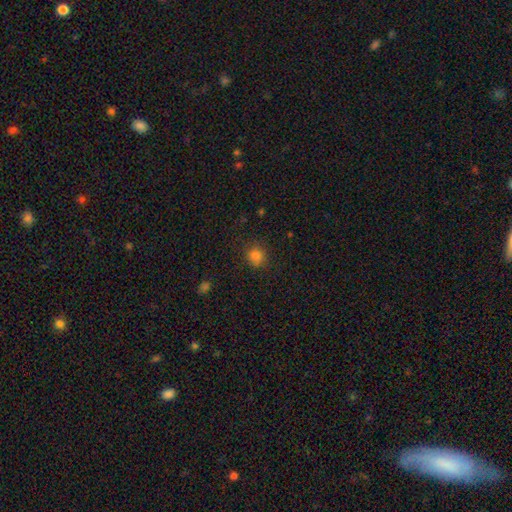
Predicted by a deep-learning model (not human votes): Smooth or featured?
  - smooth: 82% *
  - star or artifact: 13%
  - featured or disk: 5%
How rounded?
  - round: 85% *
  - in between: 14%
  - cigar-shaped: 1%
Merging?
  - none: 85% *
  - minor disturbance: 10%
  - major disturbance: 3%
  - merger: 1%